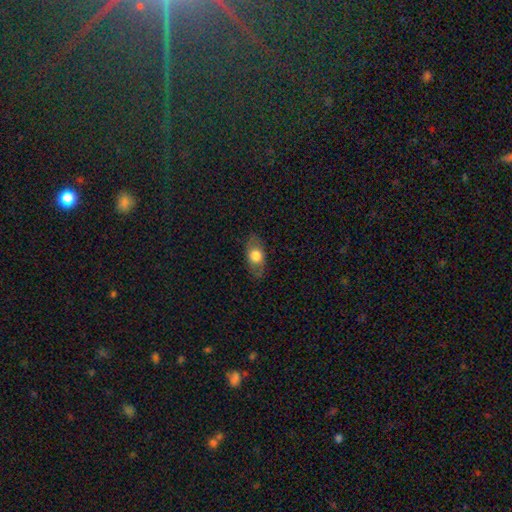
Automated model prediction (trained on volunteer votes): smooth-or-featured: smooth: 62% | featured or disk: 31% | star or artifact: 7%
  how-rounded: in between: 80% | round: 13% | cigar-shaped: 6%
  merging: none: 81% | minor disturbance: 13% | major disturbance: 5% | merger: 1%